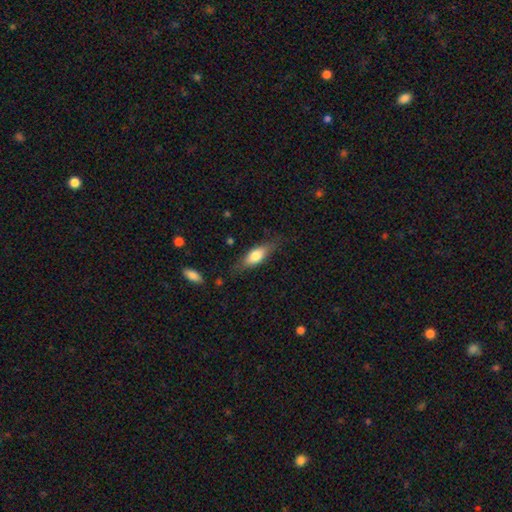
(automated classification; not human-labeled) A smooth galaxy with no disk features (70%) that is in between round and cigar-shaped (70%). Merging: none (71%).